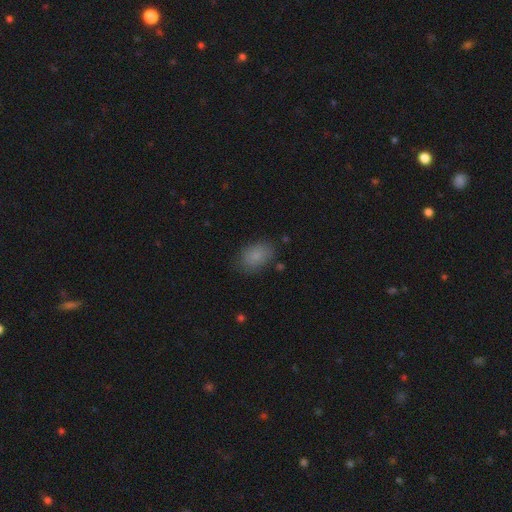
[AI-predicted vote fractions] Overall: smooth (82%). How rounded: in between (83%). Merging: none (77%).